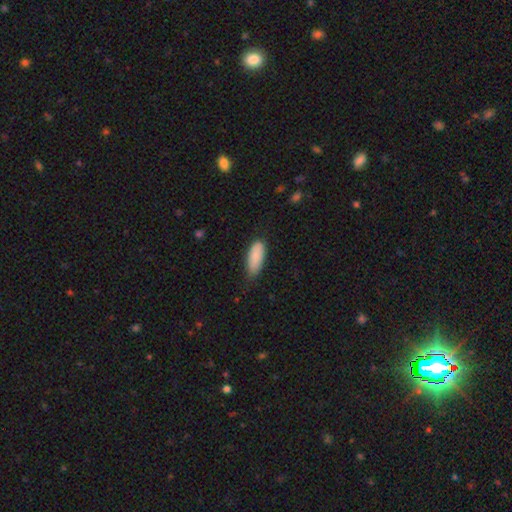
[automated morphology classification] smooth-or-featured: smooth: 85% | featured or disk: 8% | star or artifact: 6%
  how-rounded: in between: 81% | cigar-shaped: 17% | round: 2%
  merging: none: 64% | minor disturbance: 30% | major disturbance: 4% | merger: 1%